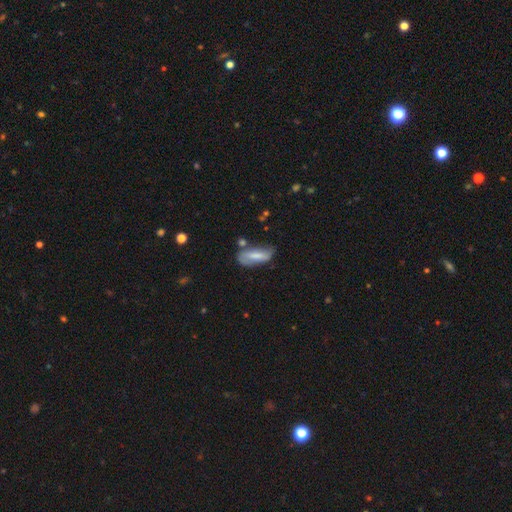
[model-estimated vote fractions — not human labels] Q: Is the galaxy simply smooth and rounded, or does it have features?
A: smooth — 62%.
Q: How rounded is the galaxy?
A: in between — 70%.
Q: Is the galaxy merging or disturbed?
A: none — 48%.